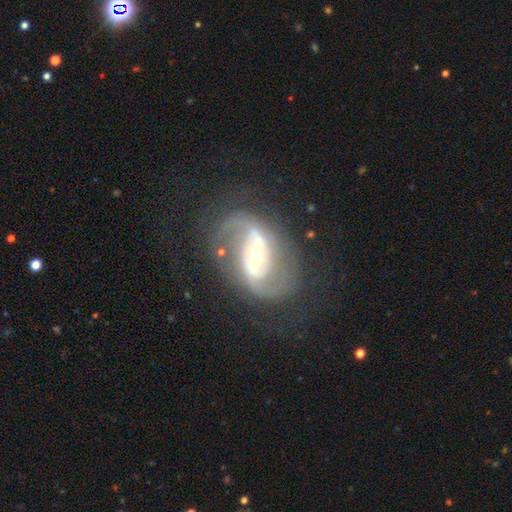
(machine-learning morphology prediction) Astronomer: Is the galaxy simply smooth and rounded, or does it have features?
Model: featured or disk — 87%.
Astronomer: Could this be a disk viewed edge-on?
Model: no — 97%.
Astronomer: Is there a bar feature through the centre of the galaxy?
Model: weak — 37%, tied with strong at 37%.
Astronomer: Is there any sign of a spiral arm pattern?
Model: yes — 94%.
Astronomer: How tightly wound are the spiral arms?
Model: medium — 47% (runner-up: loose, 35%).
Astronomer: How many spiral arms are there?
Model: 2 — 89%.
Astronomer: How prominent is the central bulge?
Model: small — 47% (runner-up: moderate, 46%).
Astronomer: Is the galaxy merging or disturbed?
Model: none — 72%.